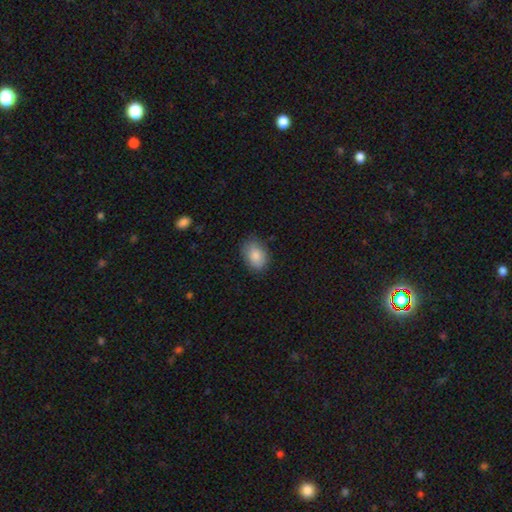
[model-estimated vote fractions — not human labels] A smooth galaxy with no disk features (85%) that is in between round and cigar-shaped (81%).

Vote fractions:
- Smooth or featured? smooth: 85% / featured or disk: 8% / star or artifact: 7%
- How rounded? in between: 81% / round: 18% / cigar-shaped: 1%
- Merging? none: 78% / minor disturbance: 17% / major disturbance: 4% / merger: 1%